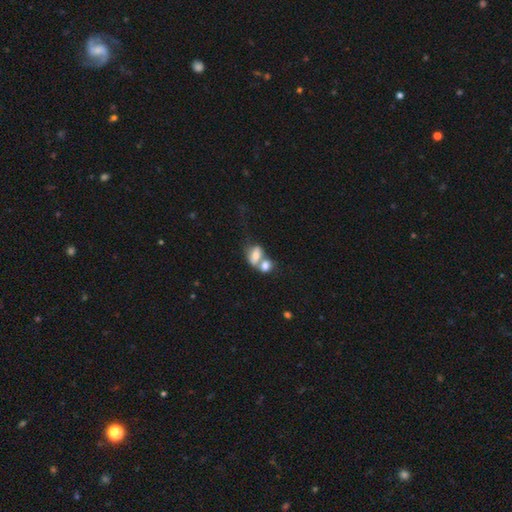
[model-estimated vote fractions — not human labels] smooth-or-featured: smooth: 67% | featured or disk: 24% | star or artifact: 9%
  how-rounded: in between: 74% | round: 23% | cigar-shaped: 3%
  merging: merger: 69% | none: 16% | minor disturbance: 7% | major disturbance: 7%